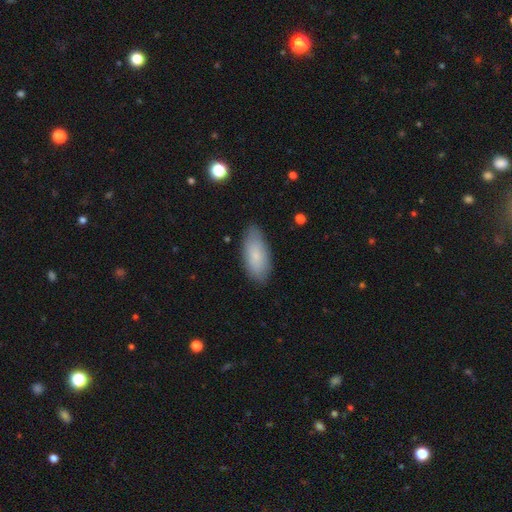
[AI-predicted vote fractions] Q: Smooth or featured?
A: smooth (79%); runner-up: featured or disk (15%)
Q: How rounded?
A: in between (87%); runner-up: cigar-shaped (11%)
Q: Merging?
A: none (83%); runner-up: minor disturbance (13%)